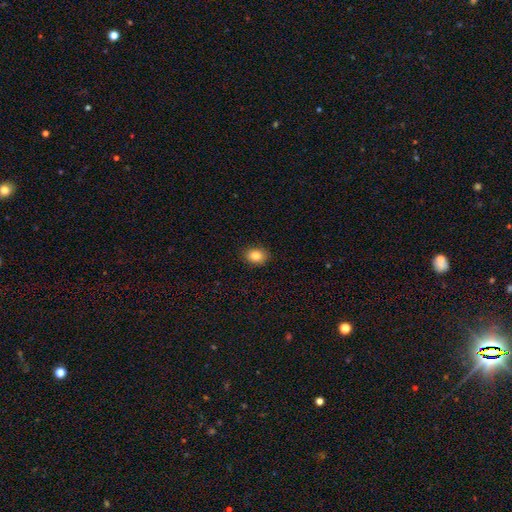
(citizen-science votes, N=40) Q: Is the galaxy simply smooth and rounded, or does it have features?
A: smooth — 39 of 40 (98%).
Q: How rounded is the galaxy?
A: in between — 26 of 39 (67%).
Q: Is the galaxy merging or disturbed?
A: none — 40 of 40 (100%).